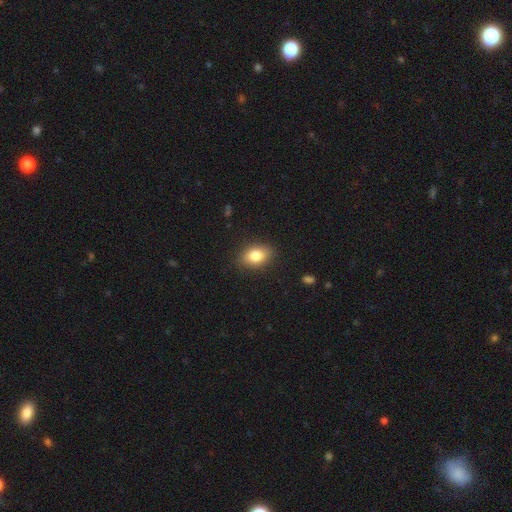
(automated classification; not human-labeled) Smooth or featured?
  - smooth: 83% *
  - featured or disk: 9%
  - star or artifact: 8%
How rounded?
  - in between: 82% *
  - round: 16%
  - cigar-shaped: 2%
Merging?
  - none: 87% *
  - minor disturbance: 10%
  - major disturbance: 2%
  - merger: 1%